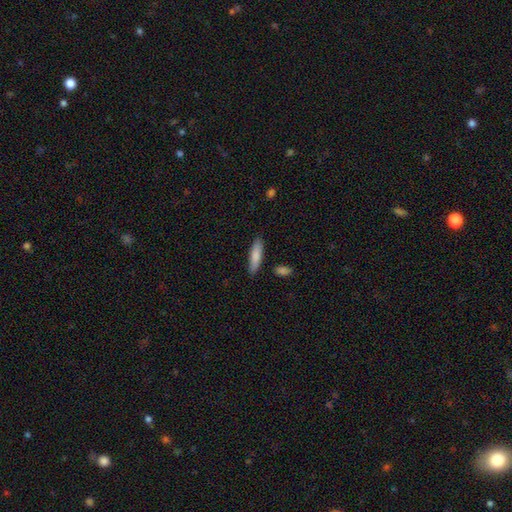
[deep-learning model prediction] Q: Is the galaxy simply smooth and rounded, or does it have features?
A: smooth — 83%.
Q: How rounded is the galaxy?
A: cigar-shaped — 67%.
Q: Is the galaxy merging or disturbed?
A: none — 83%.